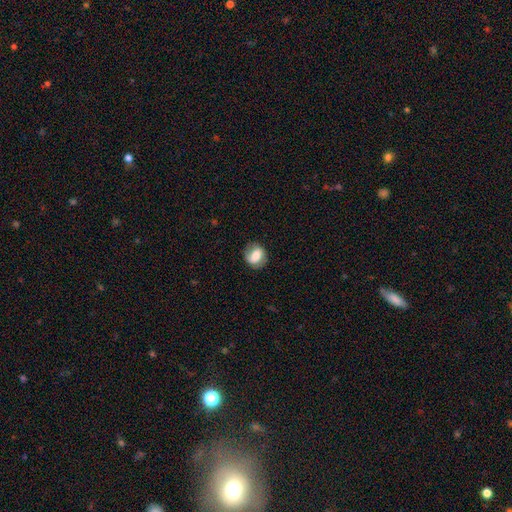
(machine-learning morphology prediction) Smooth or featured? smooth (55%)
How rounded? round (66%)
Merging? none (77%)